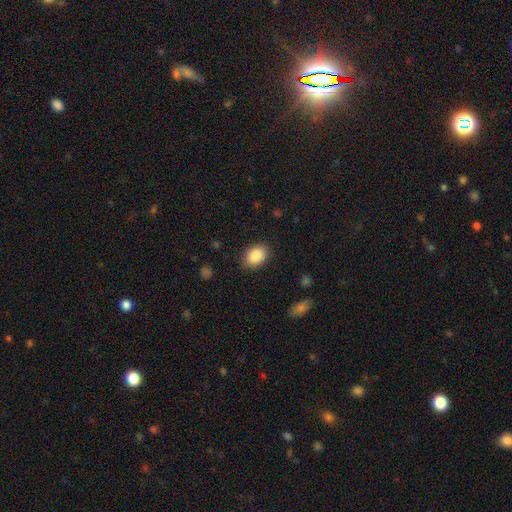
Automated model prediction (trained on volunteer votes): smooth_or_featured: smooth (p=0.87) [alt: star or artifact p=0.08]
how_rounded: in between (p=0.78) [alt: round p=0.21]
merging: none (p=0.86) [alt: minor disturbance p=0.10]